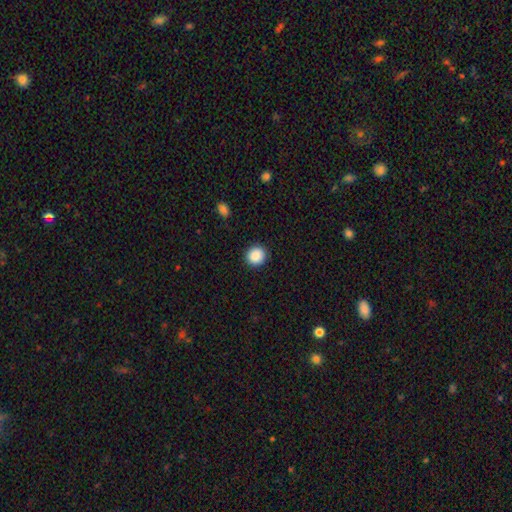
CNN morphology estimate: This appears to be a smooth galaxy with no disk features (88%) that is round (89%). Merging: none (91%).